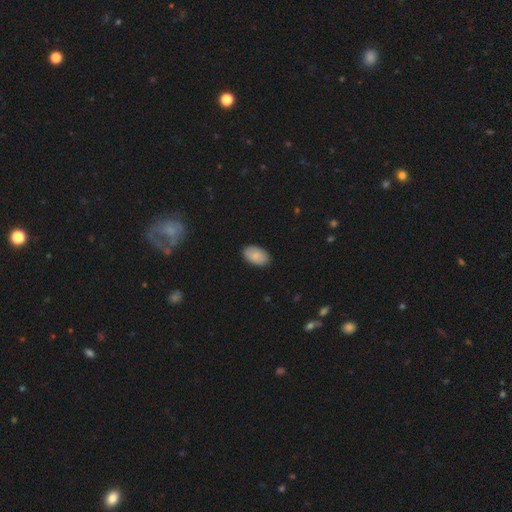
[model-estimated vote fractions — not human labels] smooth 86%, featured or disk 7%, star or artifact 6%. Down the decision tree: how rounded — in between (94%); merging — none (87%).